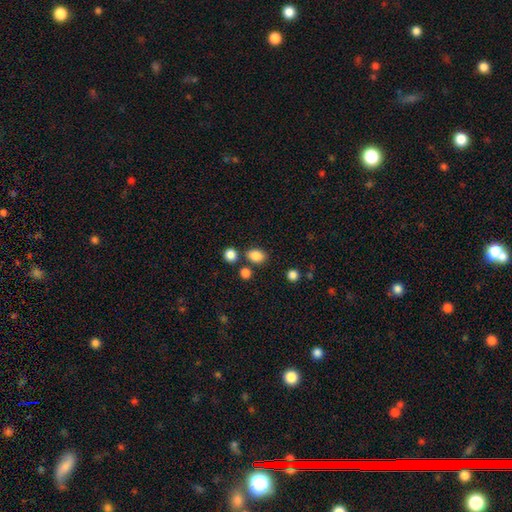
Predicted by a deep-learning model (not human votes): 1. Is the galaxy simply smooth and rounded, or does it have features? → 85% smooth, 10% star or artifact, 4% featured or disk.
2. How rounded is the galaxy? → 68% in between, 31% round, 1% cigar-shaped.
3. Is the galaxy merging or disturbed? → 75% none, 11% minor disturbance, 11% merger, 4% major disturbance.